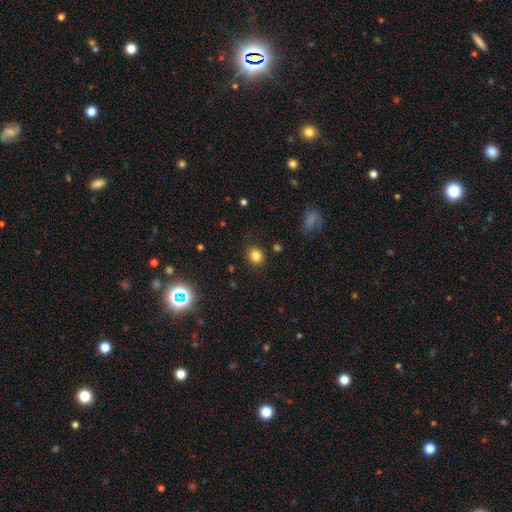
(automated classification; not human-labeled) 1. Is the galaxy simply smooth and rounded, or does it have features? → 82% smooth, 12% star or artifact, 6% featured or disk.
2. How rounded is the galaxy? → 78% round, 21% in between, 1% cigar-shaped.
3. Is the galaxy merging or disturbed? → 86% none, 9% minor disturbance, 3% major disturbance, 2% merger.